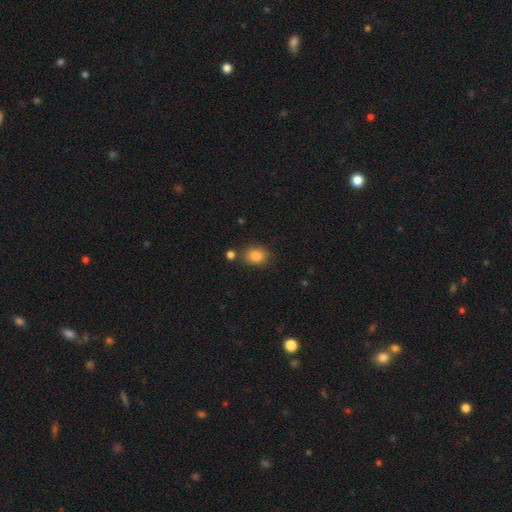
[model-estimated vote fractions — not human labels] The model was most divided on "how rounded": in between: 57%, round: 42%, cigar-shaped: 1%. More confident: smooth or featured — smooth (85%); merging — none (76%).